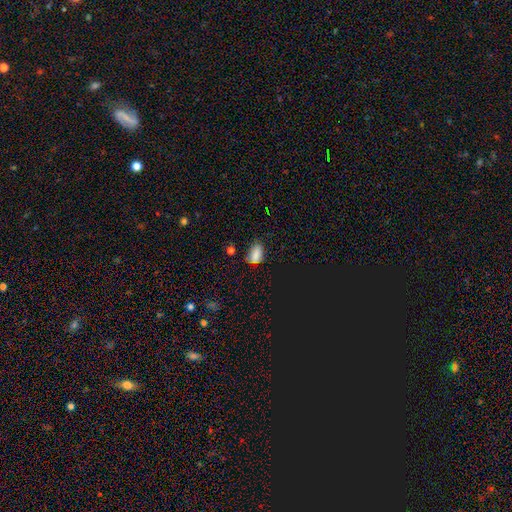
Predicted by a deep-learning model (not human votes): A smooth galaxy with no disk features (74%) that is in between round and cigar-shaped (87%).

Vote fractions:
- Smooth or featured? smooth: 74% / star or artifact: 17% / featured or disk: 9%
- How rounded? in between: 87% / round: 9% / cigar-shaped: 4%
- Merging? none: 45% / minor disturbance: 34% / major disturbance: 13% / merger: 8%